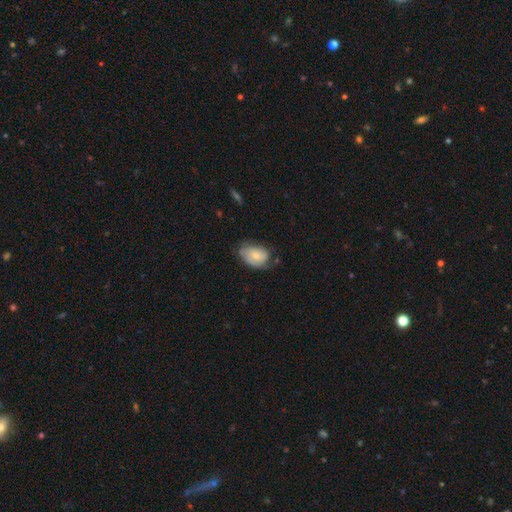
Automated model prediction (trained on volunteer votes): Smooth or featured: smooth — 65% (featured or disk — 28%)
How rounded: in between — 80% (round — 19%)
Merging: none — 49% (minor disturbance — 37%)